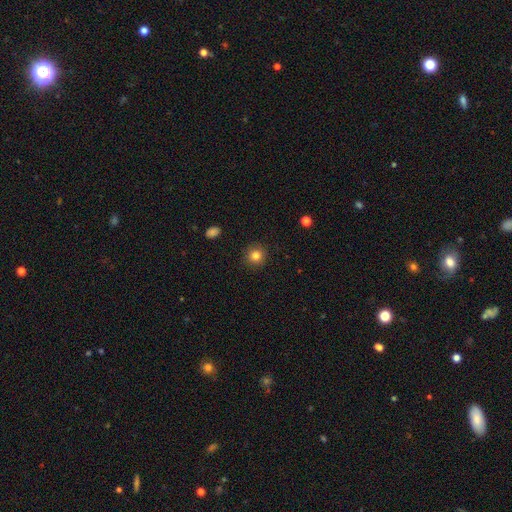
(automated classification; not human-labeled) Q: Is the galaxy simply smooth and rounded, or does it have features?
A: smooth — 82%.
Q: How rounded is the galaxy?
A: round — 93%.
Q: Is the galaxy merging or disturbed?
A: none — 91%.